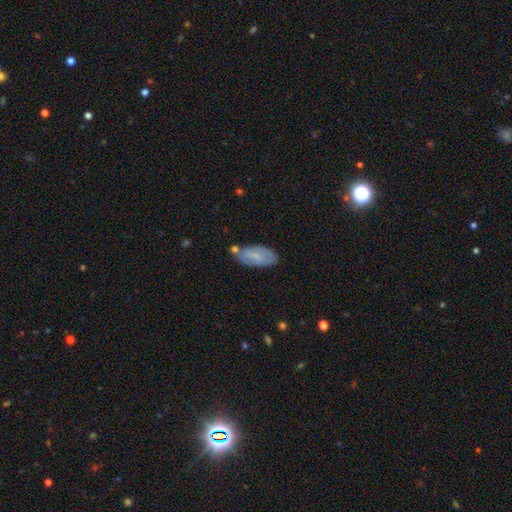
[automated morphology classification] Smooth or featured? Predicted: smooth (p=0.54). How rounded? Predicted: in between (p=0.88). Merging? Predicted: none (p=0.63).